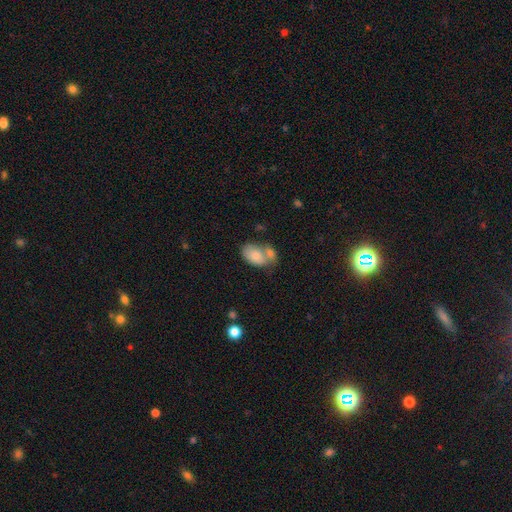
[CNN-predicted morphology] smooth_or_featured: smooth (p=0.79) [alt: featured or disk p=0.14]
how_rounded: in between (p=0.91) [alt: round p=0.07]
merging: merger (p=0.48) [alt: none p=0.31]